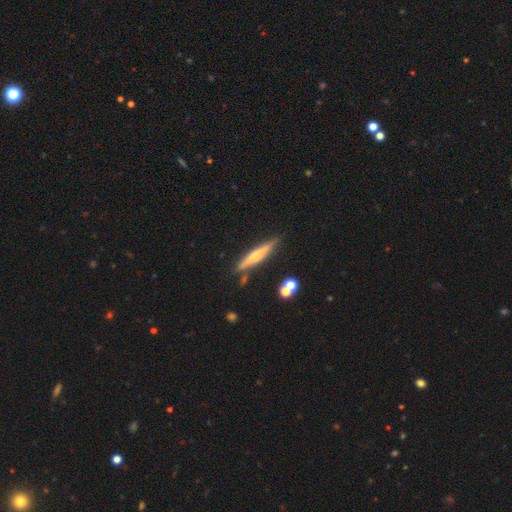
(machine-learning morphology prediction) featured or disk 50%, smooth 43%, star or artifact 7%. Down the decision tree: merging — none (80%).